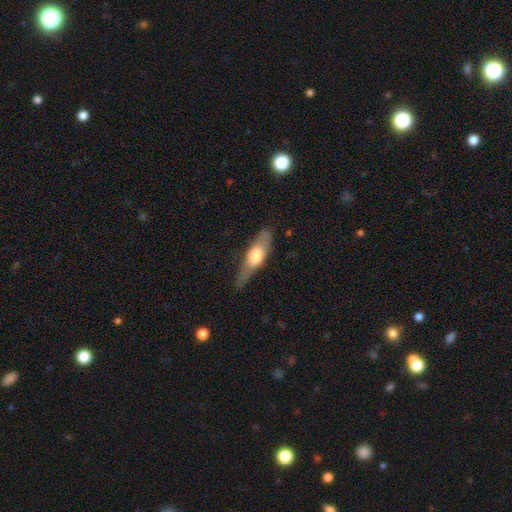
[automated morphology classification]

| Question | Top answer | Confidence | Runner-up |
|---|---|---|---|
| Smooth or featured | smooth | 52% | featured or disk (42%) |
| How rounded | cigar-shaped | 59% | in between (38%) |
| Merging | none | 69% | minor disturbance (22%) |